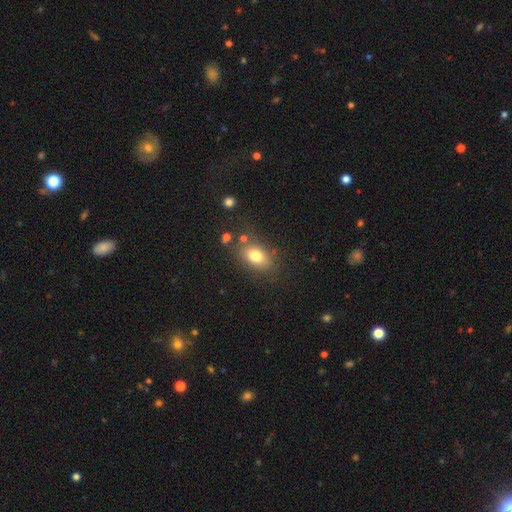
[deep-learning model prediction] This is likely a smooth galaxy (77%). How rounded: likely in between (78%). Merging: likely none (75%).